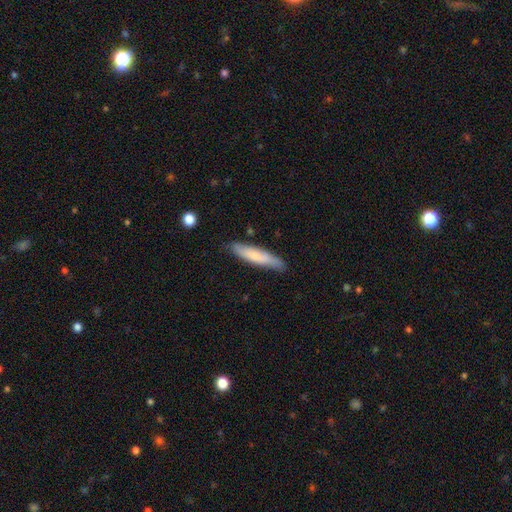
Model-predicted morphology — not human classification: Smooth or featured? Predicted: smooth (p=0.67). How rounded? Predicted: cigar-shaped (p=0.83). Merging? Predicted: none (p=0.78).